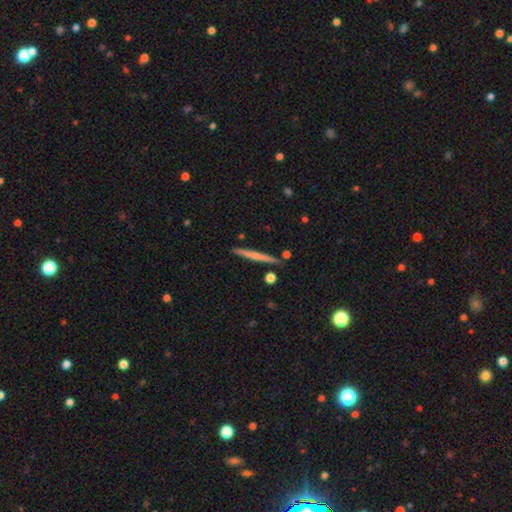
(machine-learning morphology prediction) Q: Smooth or featured?
A: smooth (55%); runner-up: featured or disk (39%)
Q: How rounded?
A: cigar-shaped (96%); runner-up: in between (2%)
Q: Merging?
A: none (88%); runner-up: minor disturbance (7%)